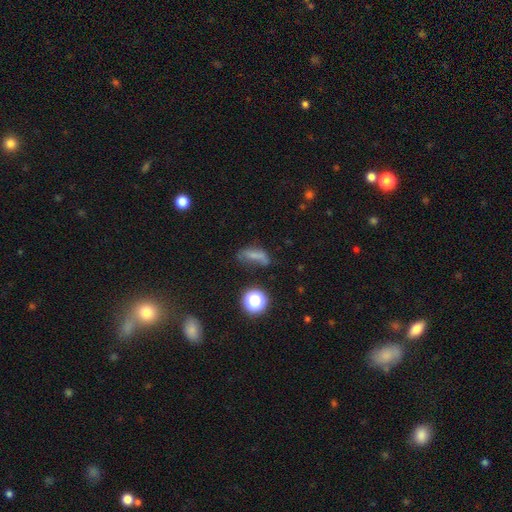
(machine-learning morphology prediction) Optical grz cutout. It shows a smooth galaxy with no disk features (60%) that is in between round and cigar-shaped (58%). Merging: none (40%).